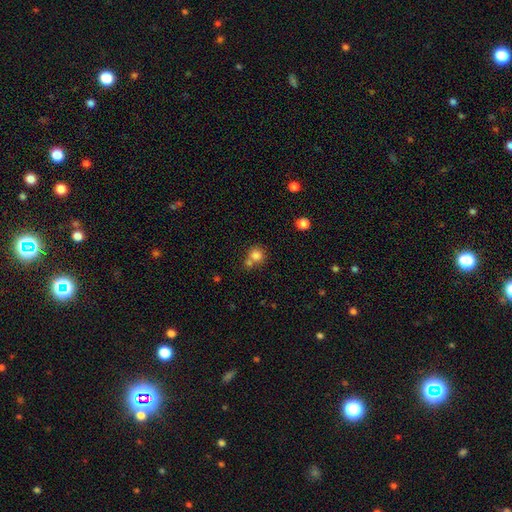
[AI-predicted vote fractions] smooth-or-featured: smooth: 80% | star or artifact: 12% | featured or disk: 8%
  how-rounded: round: 87% | in between: 12% | cigar-shaped: 1%
  merging: none: 49% | merger: 39% | minor disturbance: 9% | major disturbance: 4%